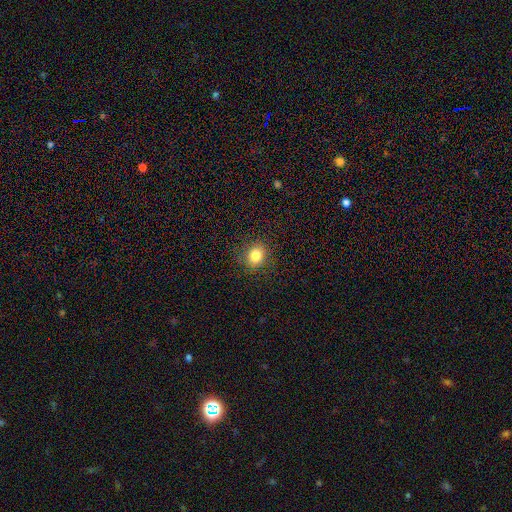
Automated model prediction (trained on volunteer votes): The model was most divided on "how rounded": round: 59%, in between: 40%, cigar-shaped: 1%. More confident: merging — none (88%); smooth or featured — smooth (82%).